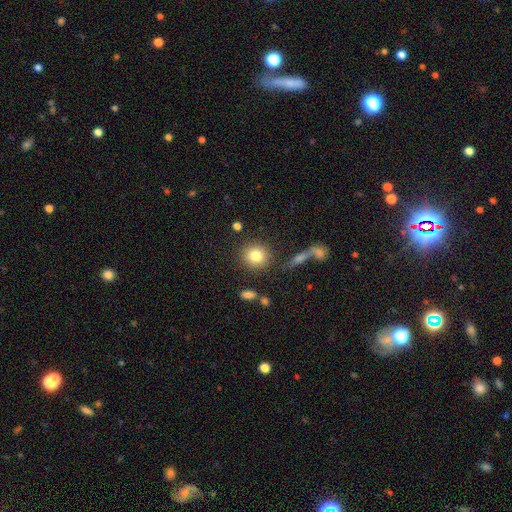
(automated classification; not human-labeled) Q: Smooth or featured?
A: smooth (82%); runner-up: star or artifact (9%)
Q: How rounded?
A: round (88%); runner-up: in between (10%)
Q: Merging?
A: none (84%); runner-up: minor disturbance (8%)